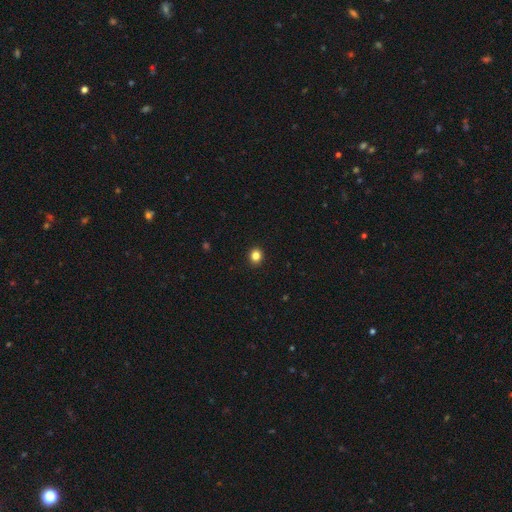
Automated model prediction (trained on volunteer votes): The model was most divided on "how rounded": round: 77%, in between: 22%, cigar-shaped: 1%. More confident: merging — none (93%); smooth or featured — smooth (84%).